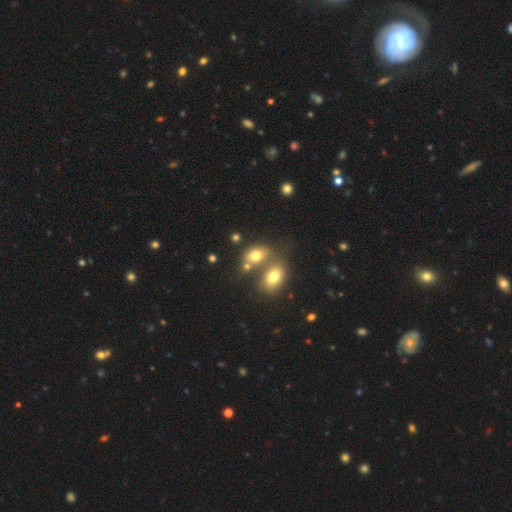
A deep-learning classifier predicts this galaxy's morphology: The model was most divided on "merging": merger: 48%, none: 36%, minor disturbance: 11%, major disturbance: 6%. More confident: smooth or featured — smooth (71%); how rounded — in between (67%).